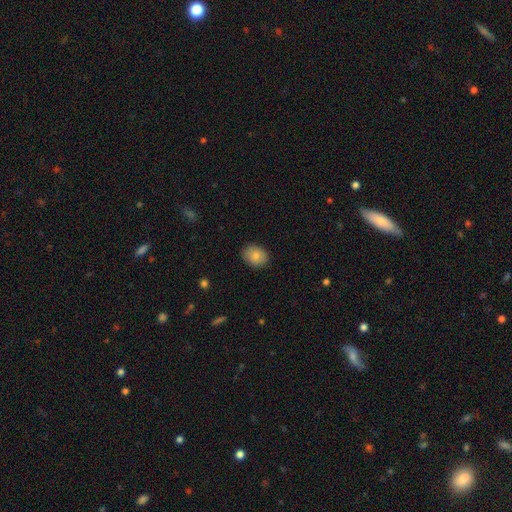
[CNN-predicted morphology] Smooth or featured? Predicted: smooth (p=0.82). How rounded? Predicted: in between (p=0.55). Merging? Predicted: none (p=0.87).